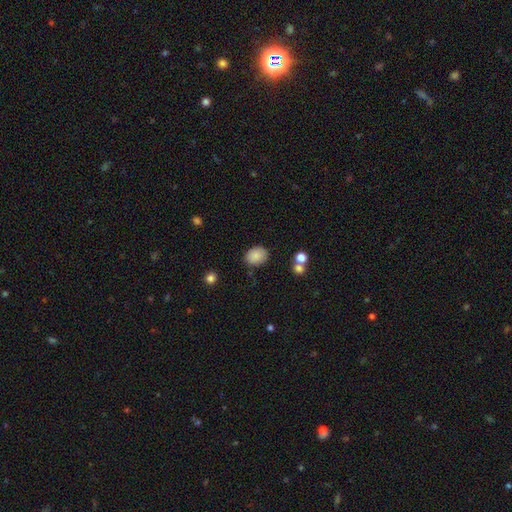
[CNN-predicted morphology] type=smooth (86%); roundness=in between (61%); merging=none (83%).